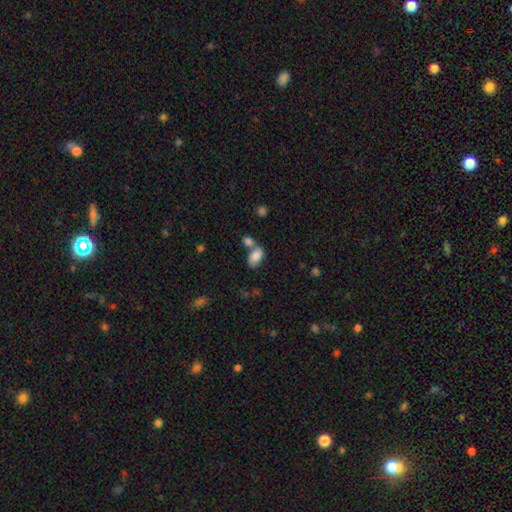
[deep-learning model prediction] Smooth or featured? Predicted: smooth (p=0.82). How rounded? Predicted: in between (p=0.91). Merging? Predicted: merger (p=0.44).